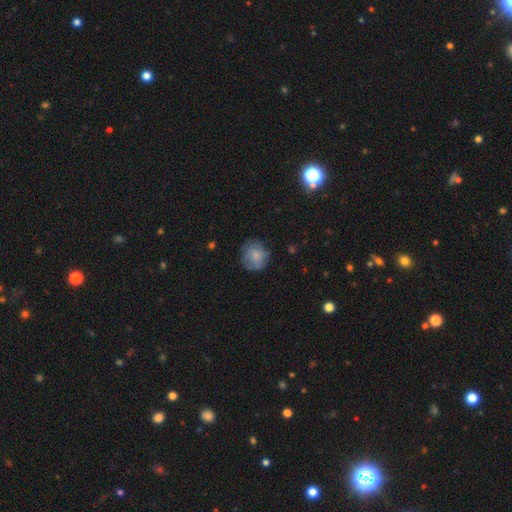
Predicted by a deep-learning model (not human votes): Smooth or featured?
  - smooth: 70% *
  - featured or disk: 22%
  - star or artifact: 8%
How rounded?
  - round: 87% *
  - in between: 12%
  - cigar-shaped: 1%
Merging?
  - none: 71% *
  - minor disturbance: 21%
  - major disturbance: 7%
  - merger: 1%